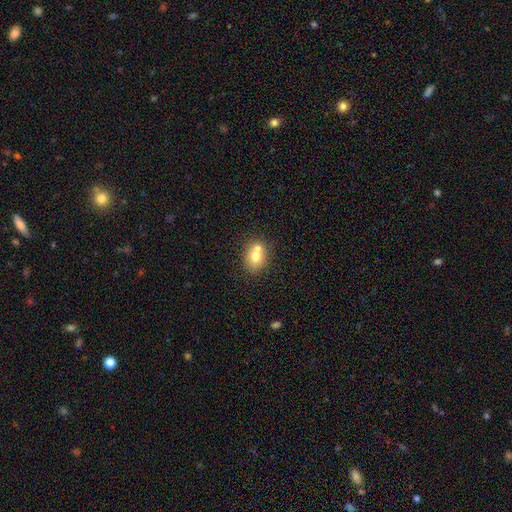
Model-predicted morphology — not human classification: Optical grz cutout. It shows a smooth galaxy with no disk features (69%) that is round (50%). Merging: none (46%).